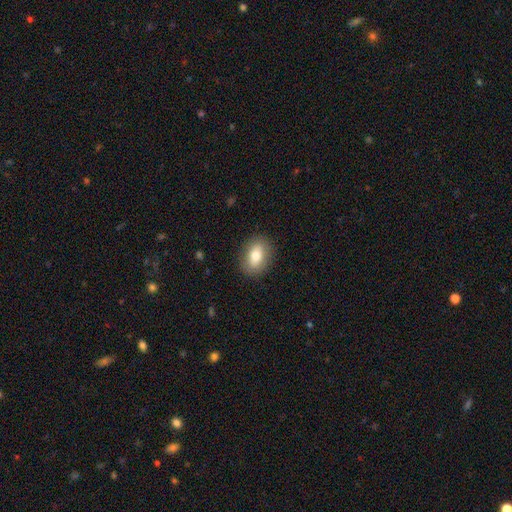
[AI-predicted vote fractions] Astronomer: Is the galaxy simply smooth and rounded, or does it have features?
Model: smooth — 76%.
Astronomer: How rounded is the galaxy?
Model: in between — 75%.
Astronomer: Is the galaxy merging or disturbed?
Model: none — 87%.